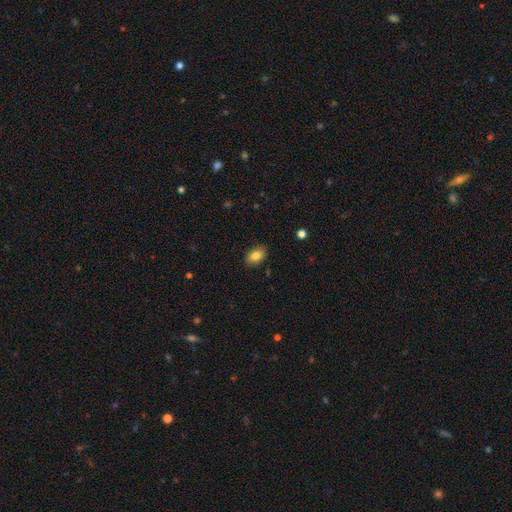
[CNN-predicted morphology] This is clearly a smooth galaxy (84%). How rounded: clearly in between (86%). Merging: clearly none (86%).